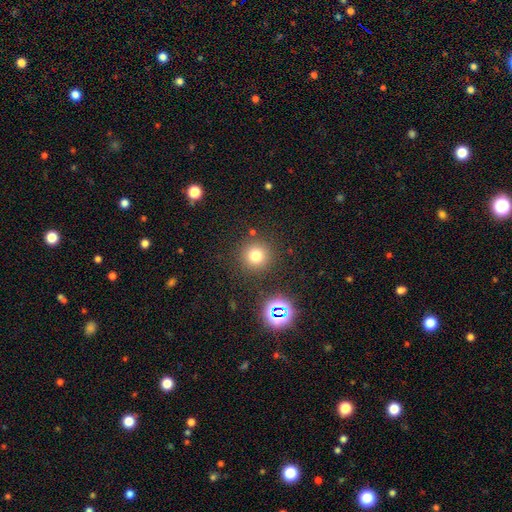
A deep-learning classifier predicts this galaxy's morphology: smooth_or_featured: smooth (p=0.73) [alt: star or artifact p=0.19]
how_rounded: round (p=0.95) [alt: in between p=0.04]
merging: none (p=0.86) [alt: minor disturbance p=0.07]